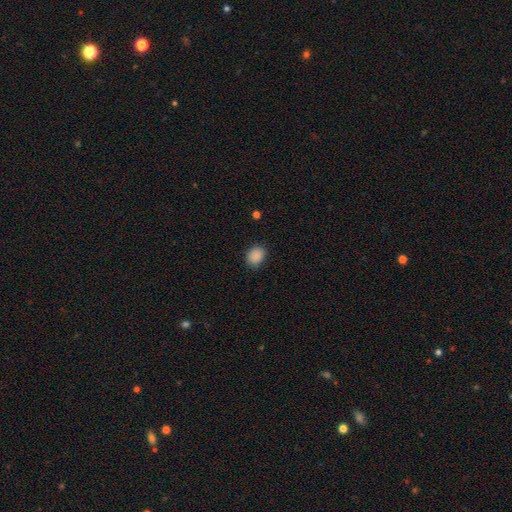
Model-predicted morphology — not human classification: A smooth galaxy with no disk features (88%) that is in between round and cigar-shaped (53%).

Vote fractions:
- Smooth or featured? smooth: 88% / star or artifact: 9% / featured or disk: 3%
- How rounded? in between: 53% / round: 46% / cigar-shaped: 1%
- Merging? none: 83% / minor disturbance: 13% / major disturbance: 3% / merger: 1%